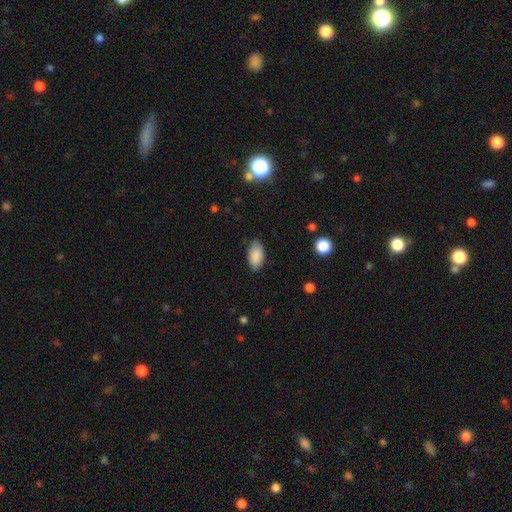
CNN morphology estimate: This appears to be a smooth galaxy with no disk features (88%) that is in between round and cigar-shaped (94%). Merging: none (81%).